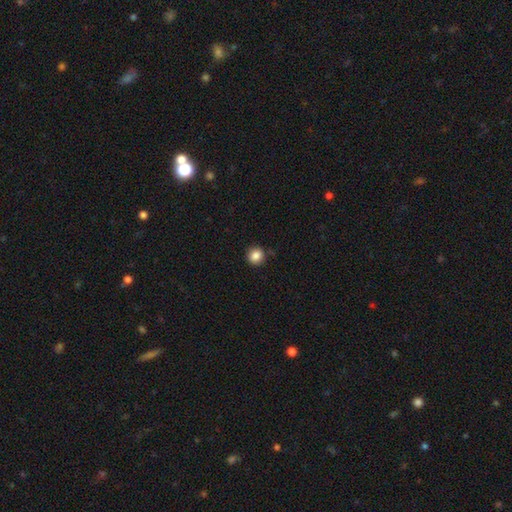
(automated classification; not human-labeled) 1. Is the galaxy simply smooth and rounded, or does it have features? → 86% smooth, 10% star or artifact, 4% featured or disk.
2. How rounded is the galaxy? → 90% round, 9% in between, 1% cigar-shaped.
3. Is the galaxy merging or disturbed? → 88% none, 9% minor disturbance, 2% major disturbance, 2% merger.